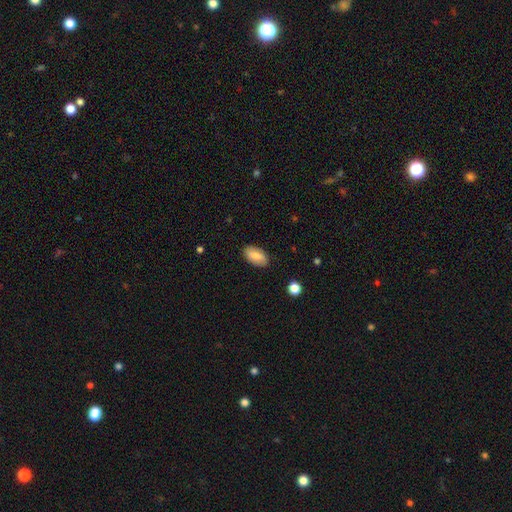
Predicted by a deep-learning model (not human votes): This appears to be a smooth galaxy with no disk features (82%) that is in between round and cigar-shaped (93%). Merging: none (86%).